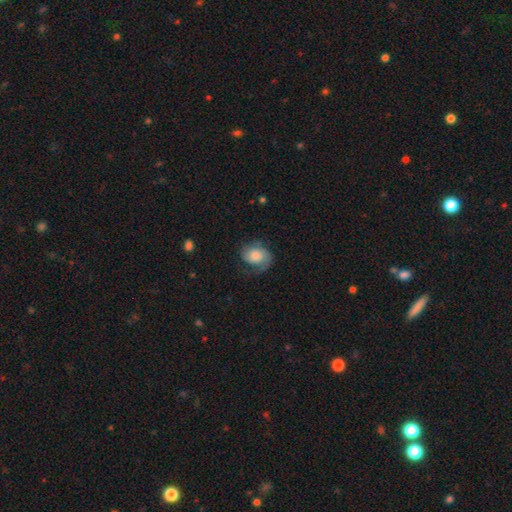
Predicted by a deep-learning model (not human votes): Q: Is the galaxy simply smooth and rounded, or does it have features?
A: featured or disk — 49%.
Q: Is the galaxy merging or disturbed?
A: none — 54%.